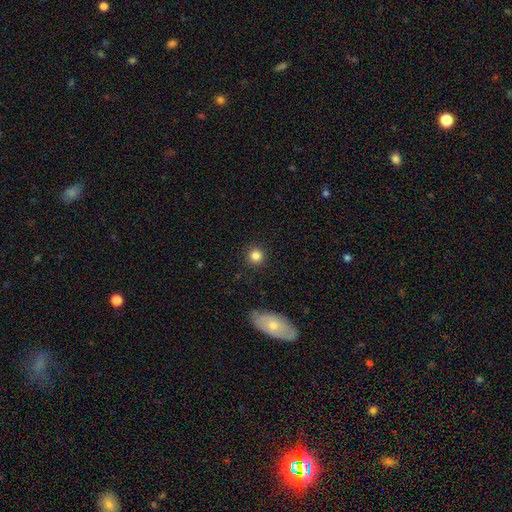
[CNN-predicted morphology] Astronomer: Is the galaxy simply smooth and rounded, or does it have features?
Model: smooth — 83%.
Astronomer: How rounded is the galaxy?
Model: round — 94%.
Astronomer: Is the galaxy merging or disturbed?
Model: none — 91%.